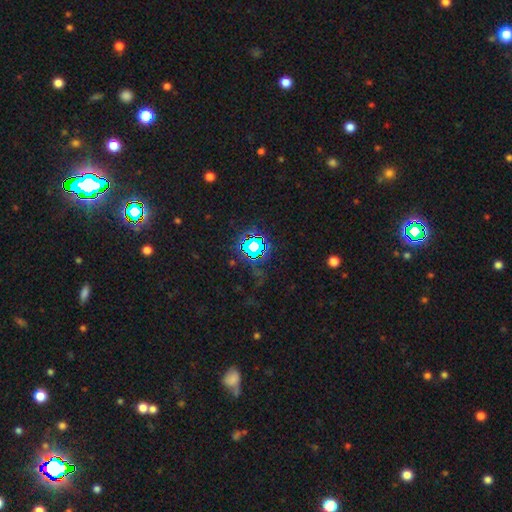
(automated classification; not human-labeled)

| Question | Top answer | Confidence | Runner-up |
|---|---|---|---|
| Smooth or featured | star or artifact | 77% | smooth (14%) |